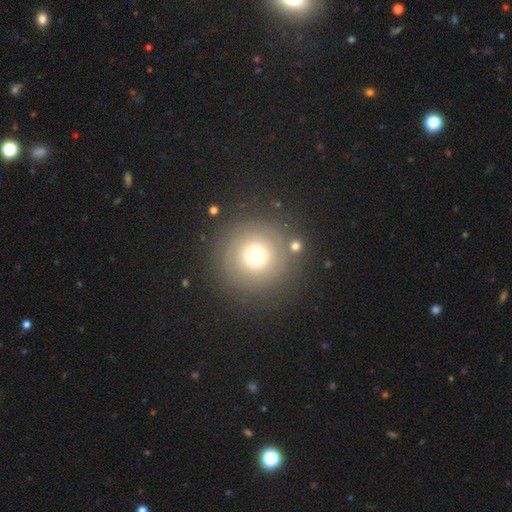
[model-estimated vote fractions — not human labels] This is likely a smooth galaxy (61%). How rounded: clearly round (96%). Merging: clearly none (83%).